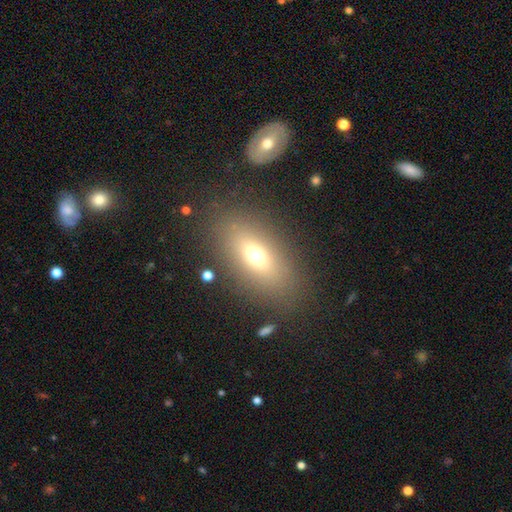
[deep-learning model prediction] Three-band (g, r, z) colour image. It shows a smooth galaxy with no disk features (66%) that is in between round and cigar-shaped (80%). Merging: none (82%).